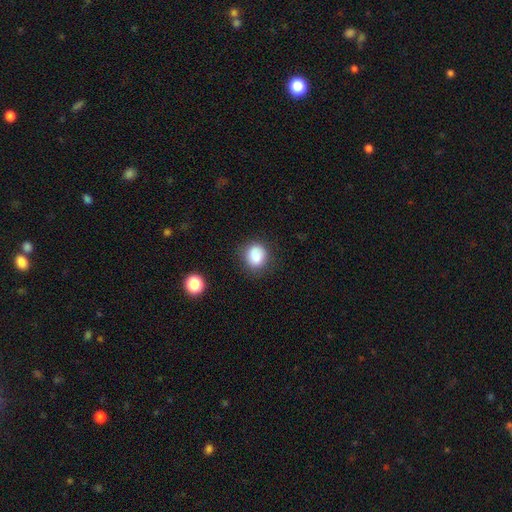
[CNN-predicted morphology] smooth 82%, star or artifact 10%, featured or disk 8%. Down the decision tree: how rounded — round (77%); merging — none (78%).